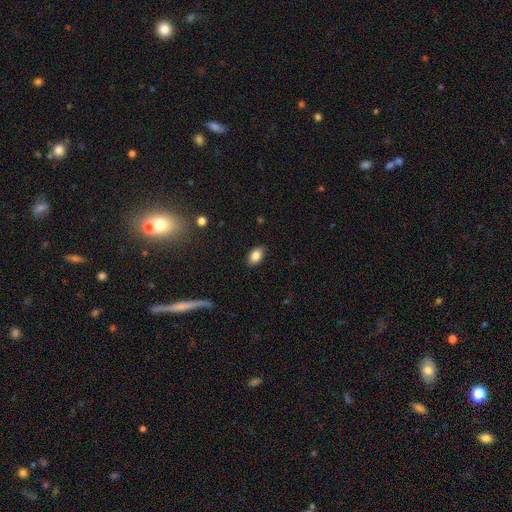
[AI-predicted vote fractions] Overall: smooth (85%). How rounded: in between (89%). Merging: none (88%).